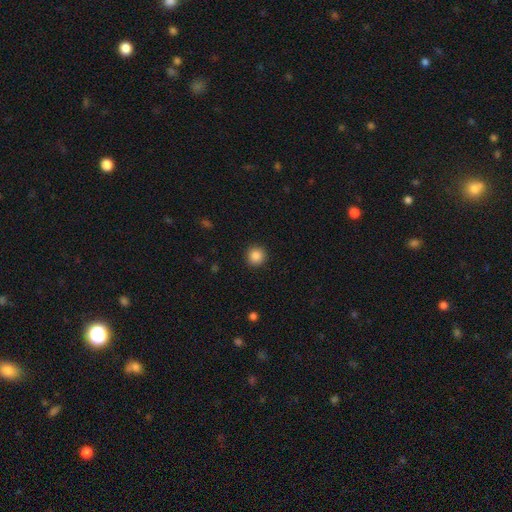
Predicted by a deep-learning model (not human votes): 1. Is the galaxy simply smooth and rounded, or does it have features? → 87% smooth, 9% star or artifact, 4% featured or disk.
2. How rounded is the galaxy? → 94% round, 5% in between, 1% cigar-shaped.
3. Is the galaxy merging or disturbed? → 92% none, 5% minor disturbance, 2% major disturbance, 1% merger.